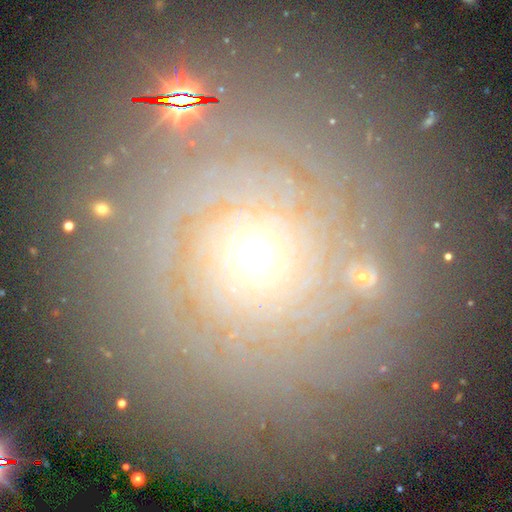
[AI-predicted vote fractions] This appears to be a featured or disk galaxy (56%) with no bar (85%), spiral arms (74%) and a small central bulge (67%). Merging: none (83%).